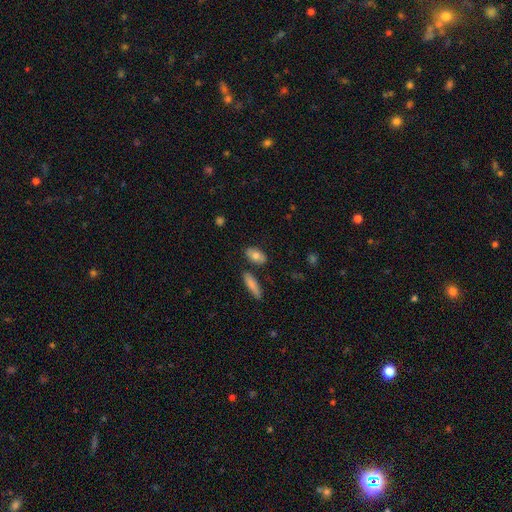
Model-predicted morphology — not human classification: This is likely a smooth galaxy (78%). How rounded: clearly in between (86%). Merging: clearly none (80%).